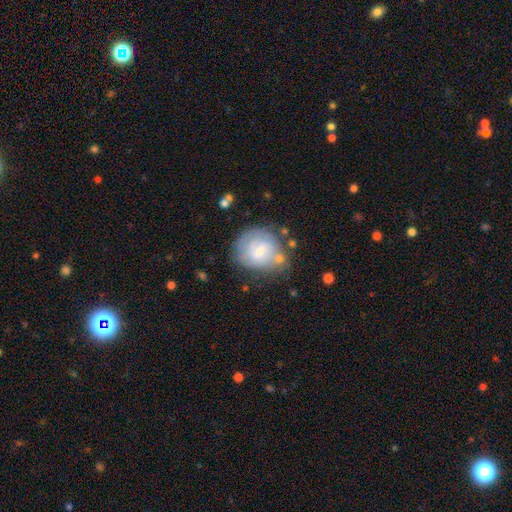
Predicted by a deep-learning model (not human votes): Smooth or featured: featured or disk — 49% (smooth — 43%)
Merging: none — 55% (minor disturbance — 23%)